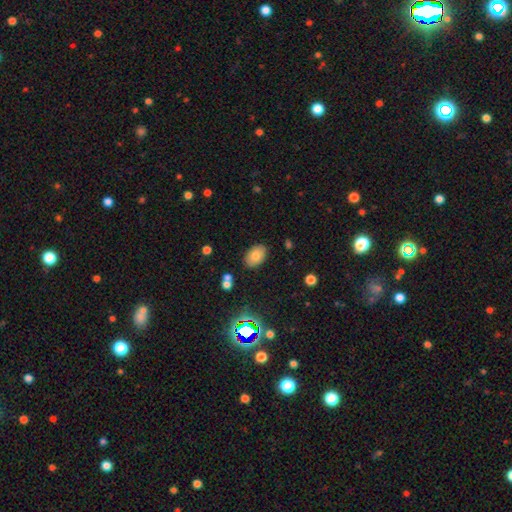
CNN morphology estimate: This is likely a smooth galaxy (78%). How rounded: clearly in between (88%). Merging: clearly none (85%).